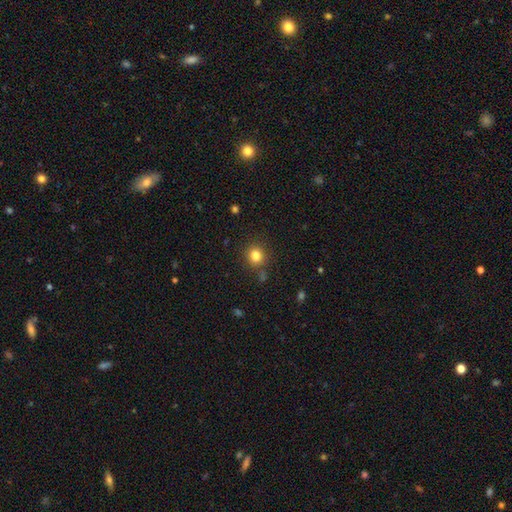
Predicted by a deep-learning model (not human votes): Q: Smooth or featured?
A: smooth (81%); runner-up: star or artifact (13%)
Q: How rounded?
A: round (87%); runner-up: in between (12%)
Q: Merging?
A: none (84%); runner-up: minor disturbance (9%)